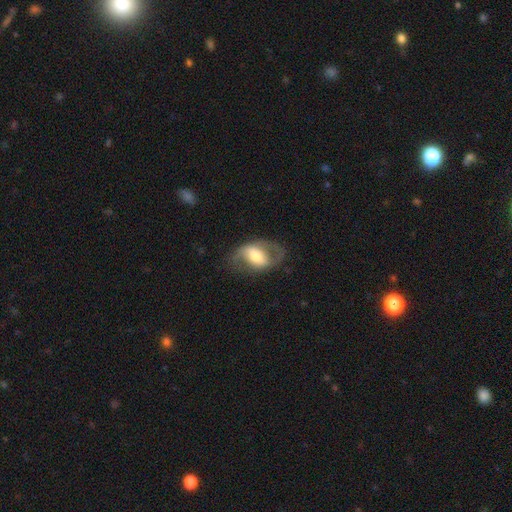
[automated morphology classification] featured or disk 67%, smooth 26%, star or artifact 6%. Down the decision tree: edge-on disk — no (94%); bar — weak (38%, tied with strong); spiral arms — yes (77%); bulge size — moderate (51%); merging — none (68%).